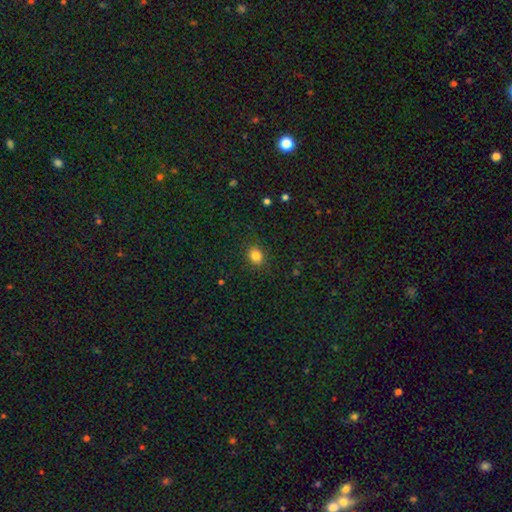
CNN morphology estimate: Smooth or featured? smooth (83%)
How rounded? round (71%)
Merging? none (88%)